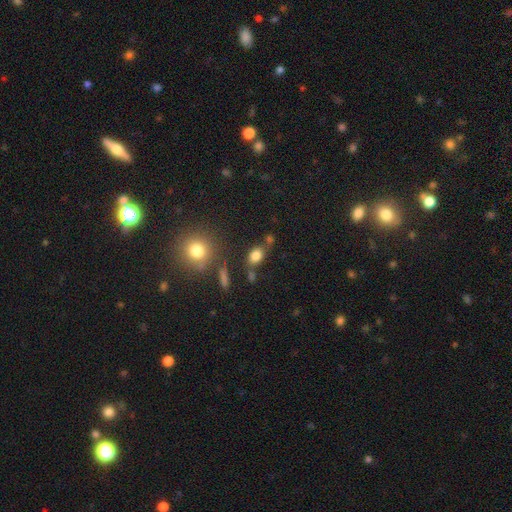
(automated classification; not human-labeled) A smooth galaxy with no disk features (80%) that is in between round and cigar-shaped (73%).

Vote fractions:
- Smooth or featured? smooth: 80% / star or artifact: 12% / featured or disk: 8%
- How rounded? in between: 73% / round: 24% / cigar-shaped: 3%
- Merging? none: 64% / minor disturbance: 15% / merger: 15% / major disturbance: 6%